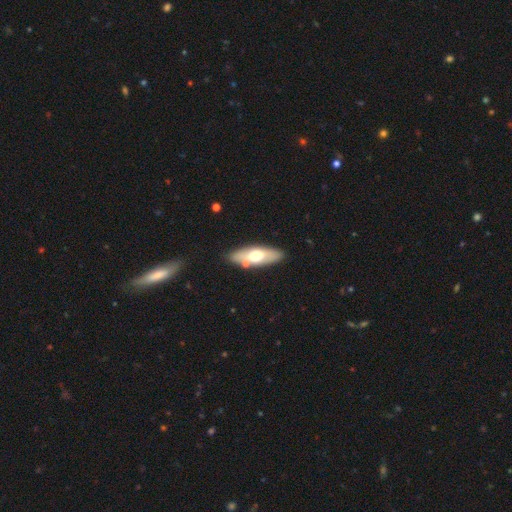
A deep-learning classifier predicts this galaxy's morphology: type=smooth (54%); roundness=in between (63%); merging=none (81%).